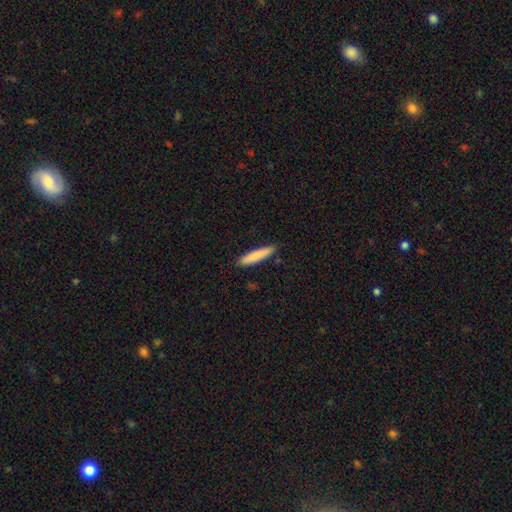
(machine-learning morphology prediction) type=smooth (83%); roundness=cigar-shaped (87%); merging=none (89%).